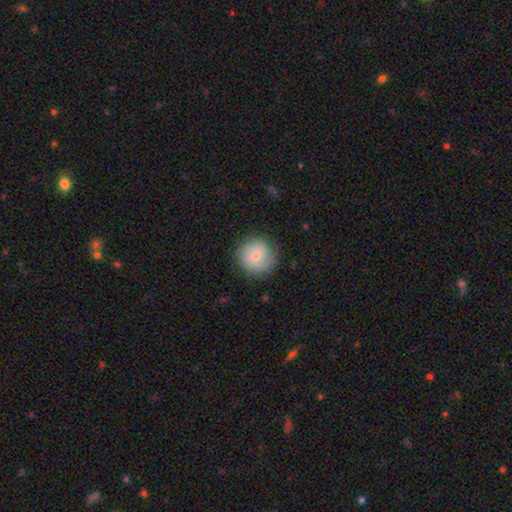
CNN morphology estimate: Smooth or featured?
  - smooth: 72% *
  - featured or disk: 20%
  - star or artifact: 7%
How rounded?
  - round: 94% *
  - in between: 5%
  - cigar-shaped: 1%
Merging?
  - none: 82% *
  - minor disturbance: 13%
  - major disturbance: 4%
  - merger: 1%